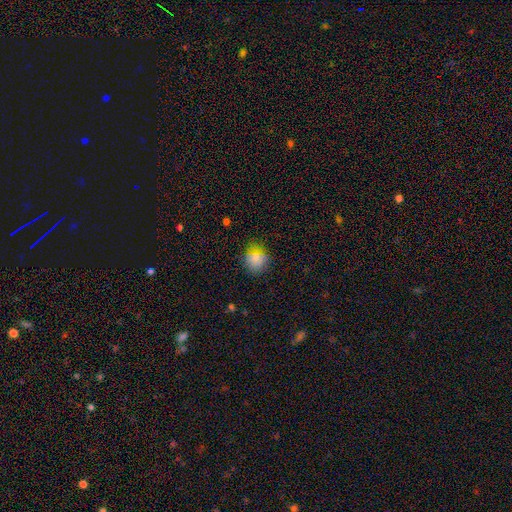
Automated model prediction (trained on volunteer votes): smooth_or_featured: smooth (p=0.78) [alt: star or artifact p=0.14]
how_rounded: round (p=0.78) [alt: in between p=0.21]
merging: none (p=0.83) [alt: minor disturbance p=0.13]